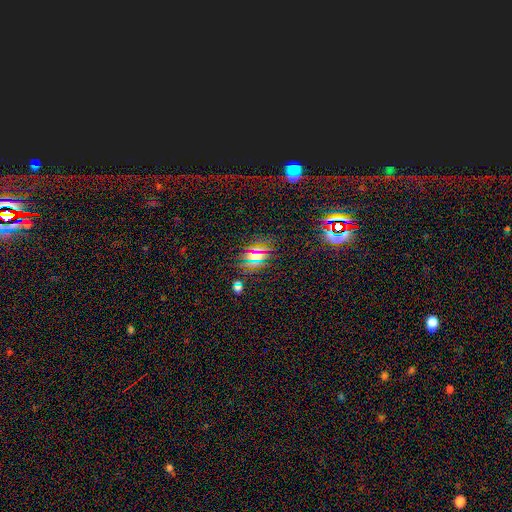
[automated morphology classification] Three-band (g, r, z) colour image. It shows a star or artifact, not a galaxy (51%).